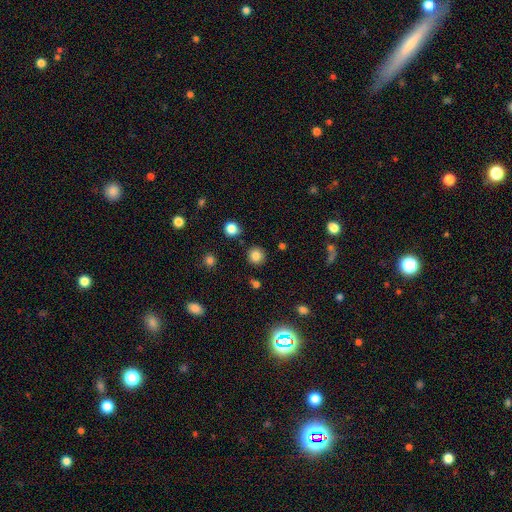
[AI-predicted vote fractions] Q: Smooth or featured?
A: smooth (83%); runner-up: star or artifact (12%)
Q: How rounded?
A: round (92%); runner-up: in between (7%)
Q: Merging?
A: none (89%); runner-up: minor disturbance (7%)